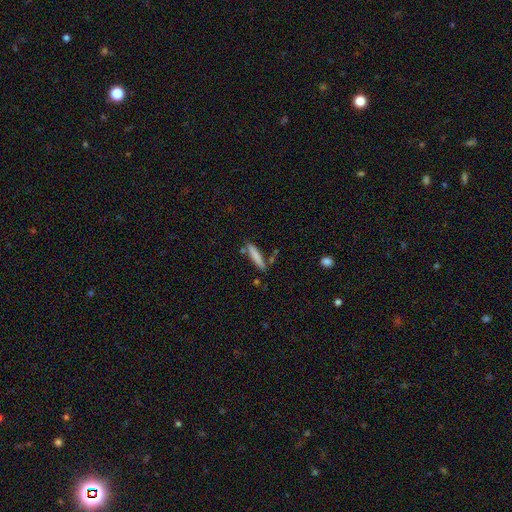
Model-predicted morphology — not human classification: smooth 80%, featured or disk 14%, star or artifact 6%. Down the decision tree: how rounded — cigar-shaped (87%); merging — none (78%).